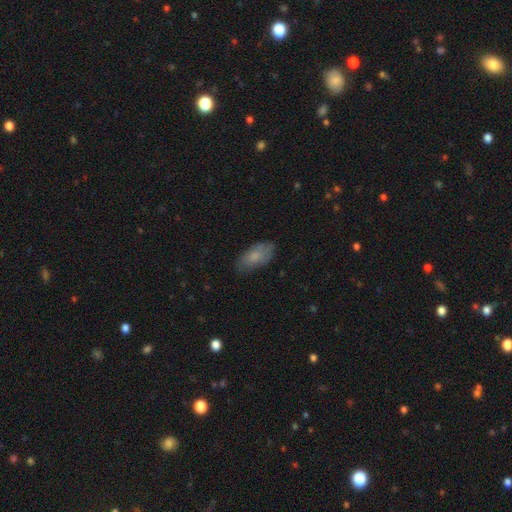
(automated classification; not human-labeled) smooth_or_featured: smooth (p=0.77) [alt: featured or disk p=0.17]
how_rounded: in between (p=0.90) [alt: cigar-shaped p=0.07]
merging: none (p=0.76) [alt: minor disturbance p=0.19]